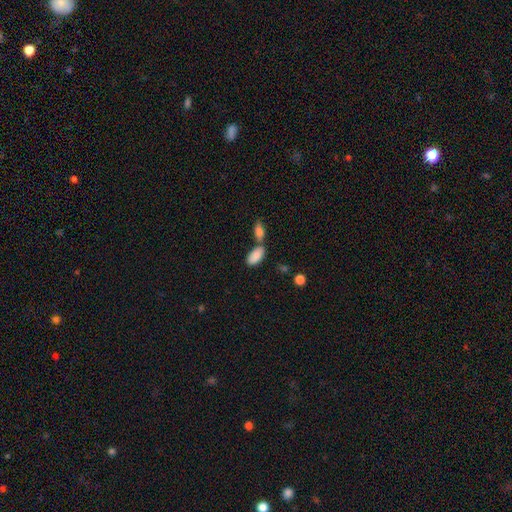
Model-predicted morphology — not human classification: This is clearly a smooth galaxy (87%). How rounded: clearly in between (93%). Merging: marginally none (43%).